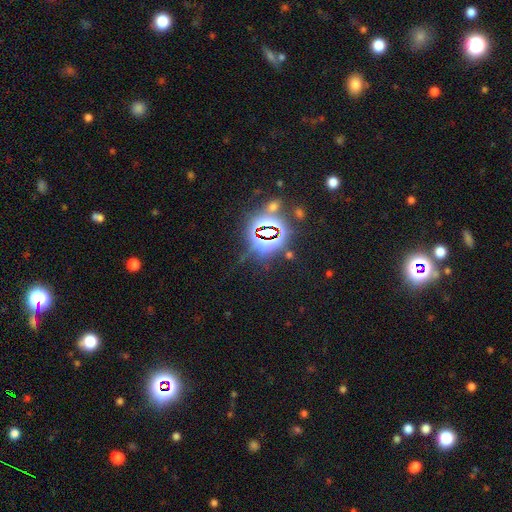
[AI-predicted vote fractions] smooth-or-featured: star or artifact: 82% | smooth: 10% | featured or disk: 7%